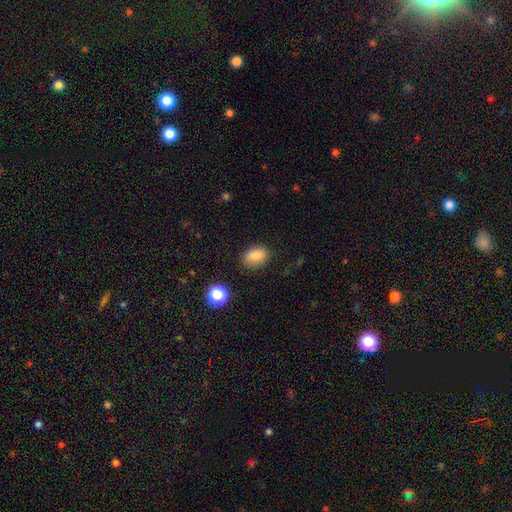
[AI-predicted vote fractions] Smooth or featured: smooth — 84% (star or artifact — 10%)
How rounded: in between — 83% (round — 16%)
Merging: none — 85% (minor disturbance — 11%)